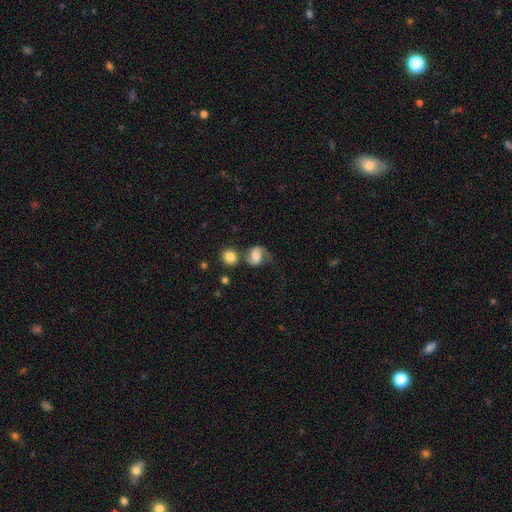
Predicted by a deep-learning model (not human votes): A featured or disk galaxy (56%) with no bar (44%), spiral arms (89%) and a moderate central bulge (37%).

Vote fractions:
- Smooth or featured? featured or disk: 56% / smooth: 35% / star or artifact: 9%
- Edge-on disk? no: 97% / yes: 3%
- Bar? no: 44% / weak: 41% / strong: 15%
- Spiral arms? yes: 89% / no: 11%
- Bulge size? moderate: 37% / large: 23% / small: 20% / none: 16% / dominant: 5%
- Merging? none: 47% / minor disturbance: 20% / merger: 18% / major disturbance: 15%